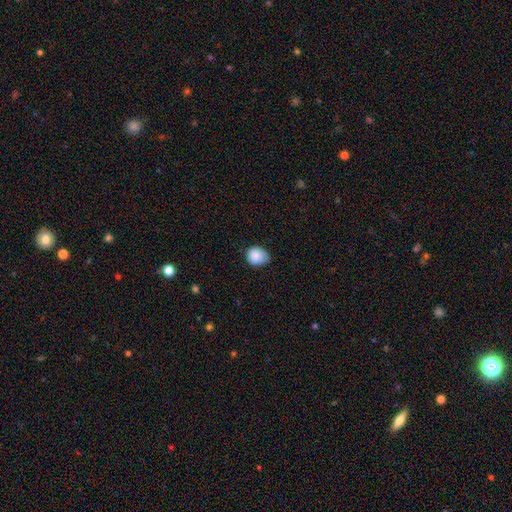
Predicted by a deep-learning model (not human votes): A smooth galaxy with no disk features (86%) that is round (65%). Merging: none (57%).